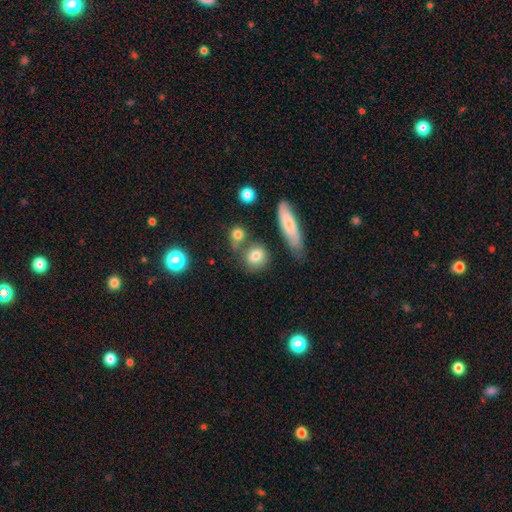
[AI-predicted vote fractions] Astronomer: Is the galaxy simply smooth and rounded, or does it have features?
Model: smooth — 79%.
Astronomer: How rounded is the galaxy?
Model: round — 67%.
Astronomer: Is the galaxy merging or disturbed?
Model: none — 65%.